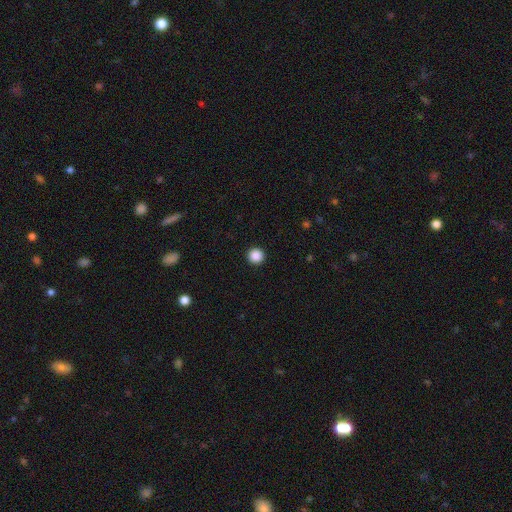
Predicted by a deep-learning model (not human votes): Morphology: type=smooth (88%); roundness=round (96%); merging=none (94%).